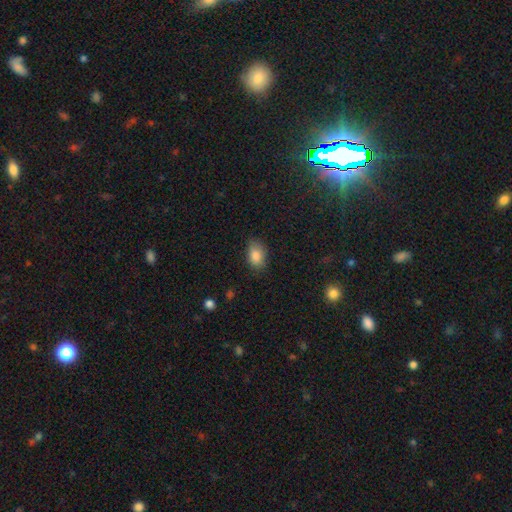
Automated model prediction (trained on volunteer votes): Morphology: type=smooth (86%); roundness=in between (86%); merging=none (77%).